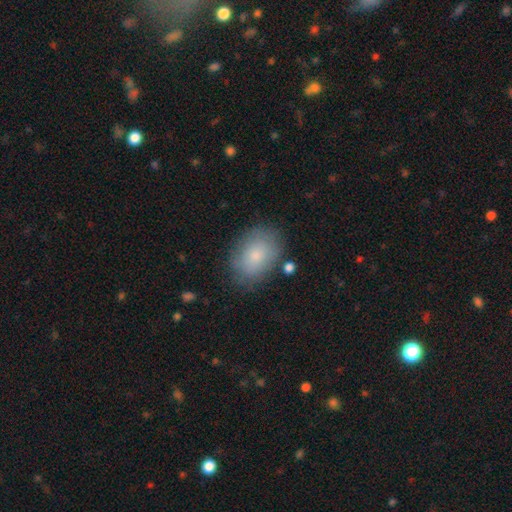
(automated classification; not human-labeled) A smooth galaxy with no disk features (80%) that is in between round and cigar-shaped (80%). Merging: none (78%).